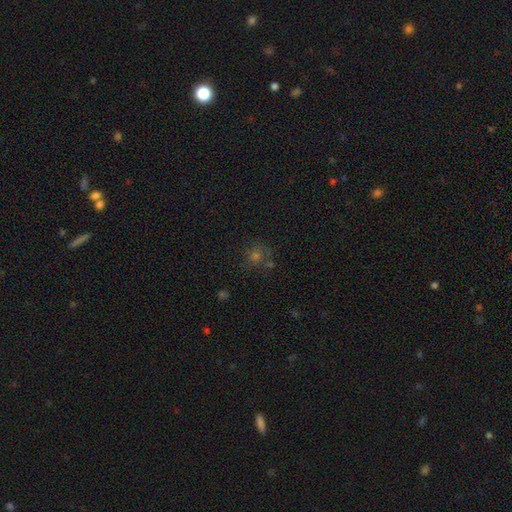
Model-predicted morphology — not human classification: A smooth galaxy with no disk features (51%) that is round (87%).

Vote fractions:
- Smooth or featured? smooth: 51% / star or artifact: 35% / featured or disk: 13%
- How rounded? round: 87% / in between: 11% / cigar-shaped: 1%
- Merging? none: 70% / minor disturbance: 14% / merger: 10% / major disturbance: 7%